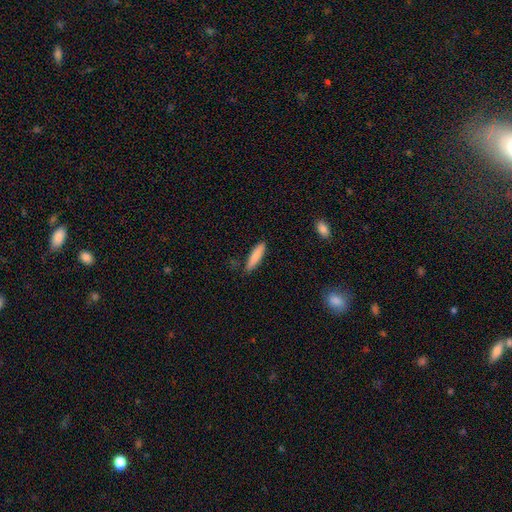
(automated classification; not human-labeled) The model was most divided on "how rounded": cigar-shaped: 80%, in between: 19%, round: 1%. More confident: smooth or featured — smooth (85%); merging — none (84%).